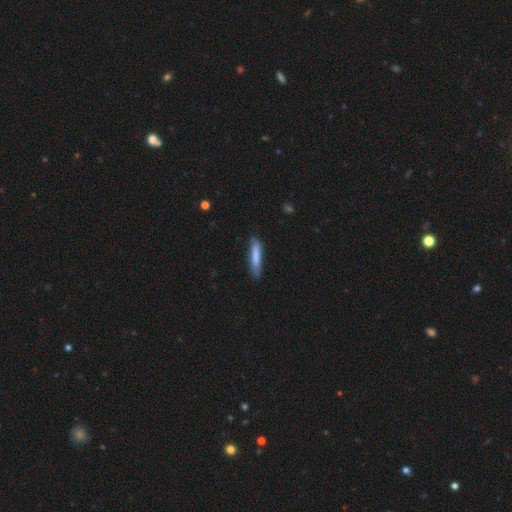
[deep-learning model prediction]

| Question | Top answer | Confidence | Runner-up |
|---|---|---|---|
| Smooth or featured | smooth | 77% | featured or disk (17%) |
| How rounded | cigar-shaped | 88% | in between (11%) |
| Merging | none | 75% | minor disturbance (19%) |